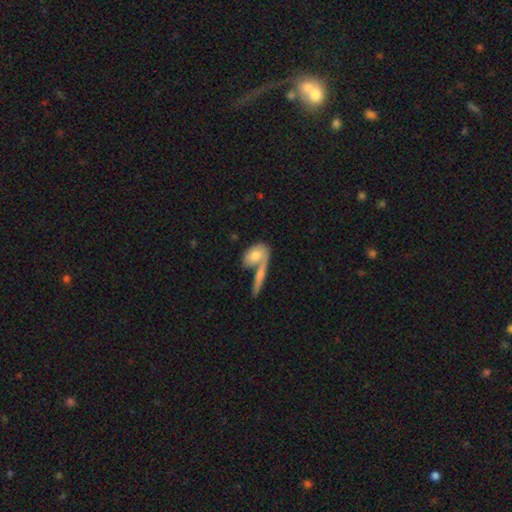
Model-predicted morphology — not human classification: The model was most divided on "merging": merger: 42%, none: 40%, minor disturbance: 11%, major disturbance: 7%. More confident: how rounded — in between (73%); smooth or featured — smooth (69%).